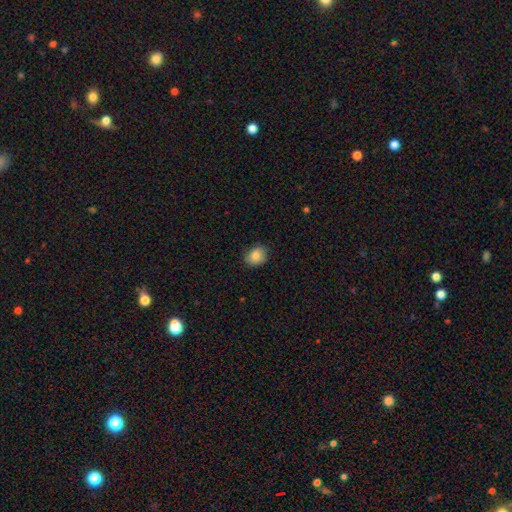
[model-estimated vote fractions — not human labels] A smooth galaxy with no disk features (85%) that is round (54%).

Vote fractions:
- Smooth or featured? smooth: 85% / star or artifact: 9% / featured or disk: 6%
- How rounded? round: 54% / in between: 45% / cigar-shaped: 1%
- Merging? none: 83% / minor disturbance: 14% / major disturbance: 2% / merger: 1%